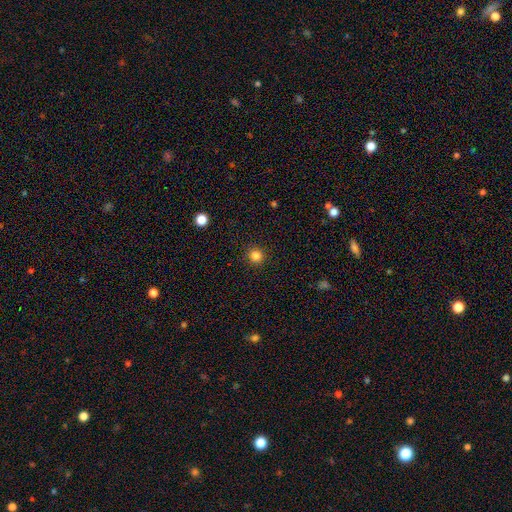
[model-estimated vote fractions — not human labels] This is clearly a smooth galaxy (84%). How rounded: clearly round (94%). Merging: clearly none (92%).